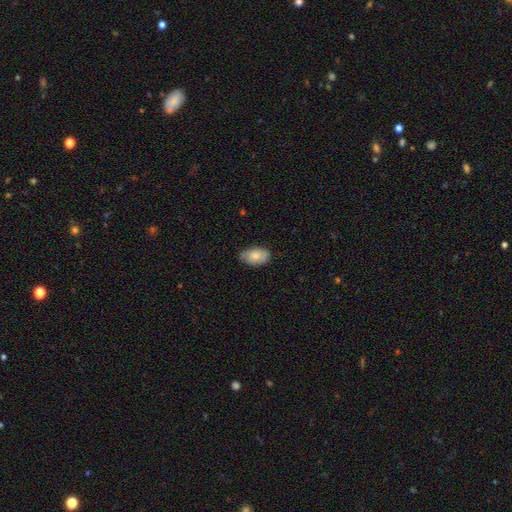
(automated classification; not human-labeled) Q: Smooth or featured?
A: smooth (75%); runner-up: featured or disk (18%)
Q: How rounded?
A: in between (91%); runner-up: round (7%)
Q: Merging?
A: none (67%); runner-up: minor disturbance (27%)